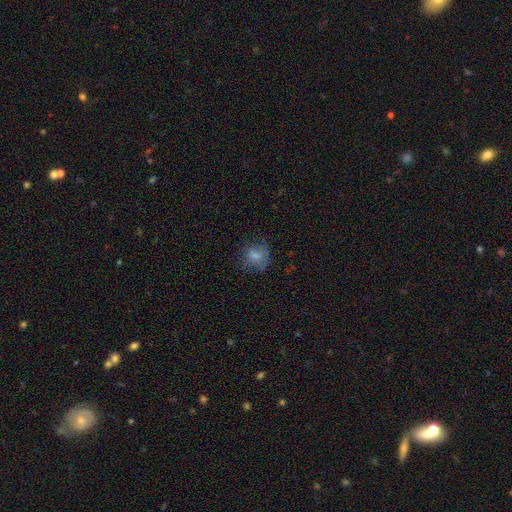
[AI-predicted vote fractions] Smooth or featured? smooth (71%)
How rounded? round (69%)
Merging? none (60%)